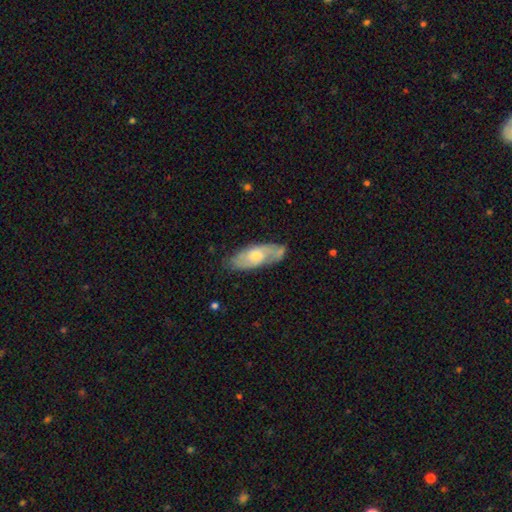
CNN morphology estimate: Smooth or featured? Predicted: featured or disk (p=0.52). Edge-on disk? Predicted: no (p=0.82). Merging? Predicted: none (p=0.65).